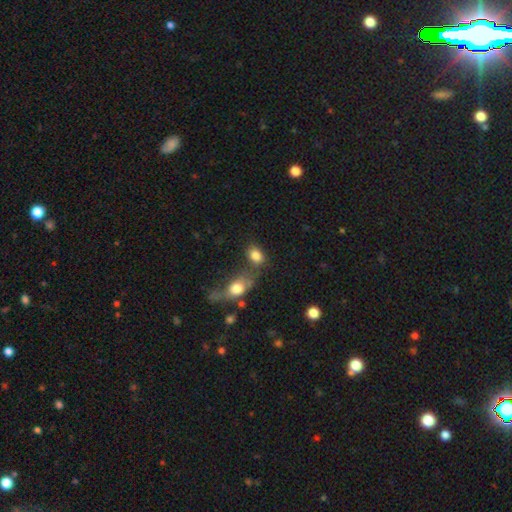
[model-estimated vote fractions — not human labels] Smooth or featured? Predicted: smooth (p=0.82). How rounded? Predicted: in between (p=0.74). Merging? Predicted: none (p=0.49).